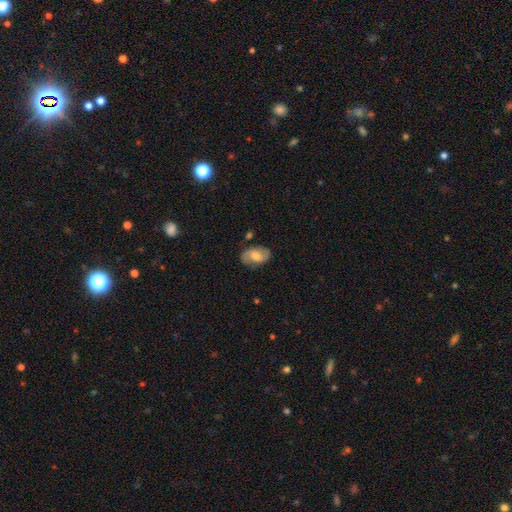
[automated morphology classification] This appears to be a featured or disk galaxy (59%) with no bar (53%), spiral arms (87%) and a moderate central bulge (65%). Merging: none (78%).